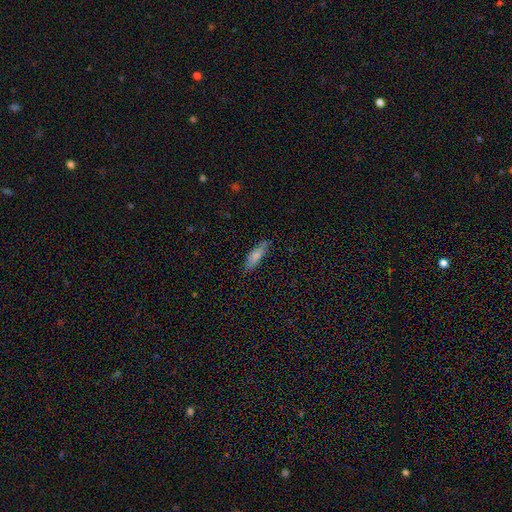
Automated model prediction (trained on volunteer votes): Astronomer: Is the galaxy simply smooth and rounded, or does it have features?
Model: smooth — 80%.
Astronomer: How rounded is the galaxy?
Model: in between — 56% (runner-up: cigar-shaped, 42%).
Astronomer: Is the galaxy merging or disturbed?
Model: none — 74%.